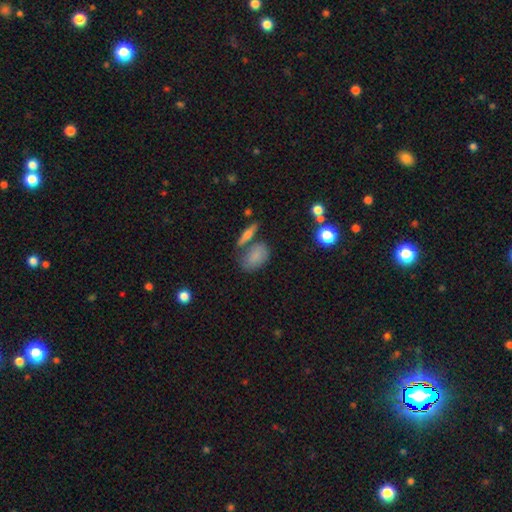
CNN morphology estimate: Smooth or featured? smooth (76%)
How rounded? in between (81%)
Merging? none (56%)